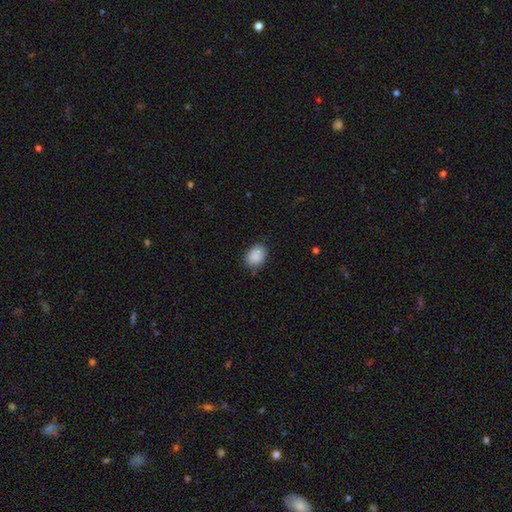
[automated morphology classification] Smooth or featured? smooth (89%)
How rounded? in between (66%)
Merging? none (79%)